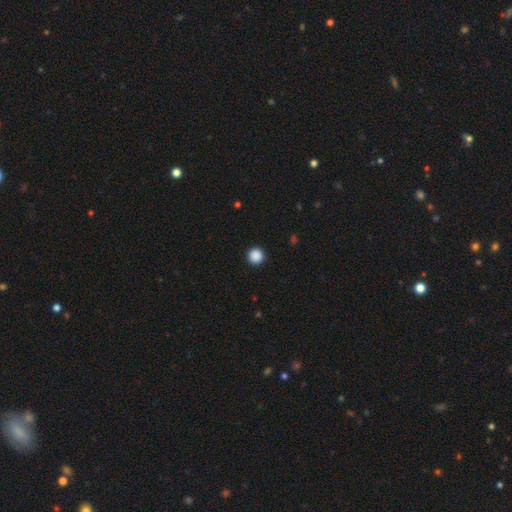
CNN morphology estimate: Smooth or featured?
  - smooth: 88% *
  - star or artifact: 10%
  - featured or disk: 2%
How rounded?
  - round: 96% *
  - in between: 3%
  - cigar-shaped: 1%
Merging?
  - none: 93% *
  - minor disturbance: 4%
  - major disturbance: 2%
  - merger: 1%